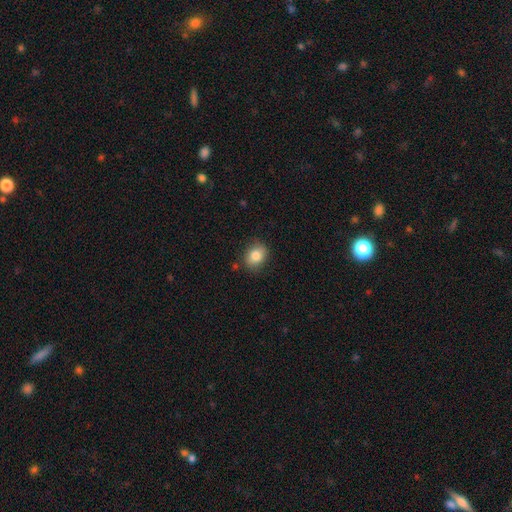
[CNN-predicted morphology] smooth_or_featured: smooth (p=0.83) [alt: star or artifact p=0.09]
how_rounded: in between (p=0.53) [alt: round p=0.46]
merging: none (p=0.82) [alt: minor disturbance p=0.13]